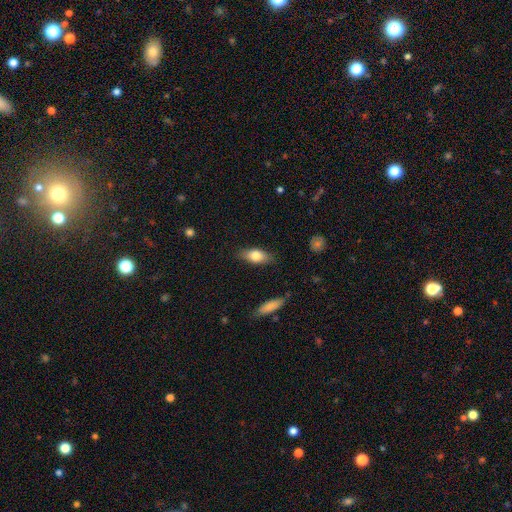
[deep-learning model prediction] smooth-or-featured: smooth: 76% | featured or disk: 18% | star or artifact: 7%
  how-rounded: in between: 81% | cigar-shaped: 15% | round: 4%
  merging: none: 84% | minor disturbance: 12% | major disturbance: 3% | merger: 1%